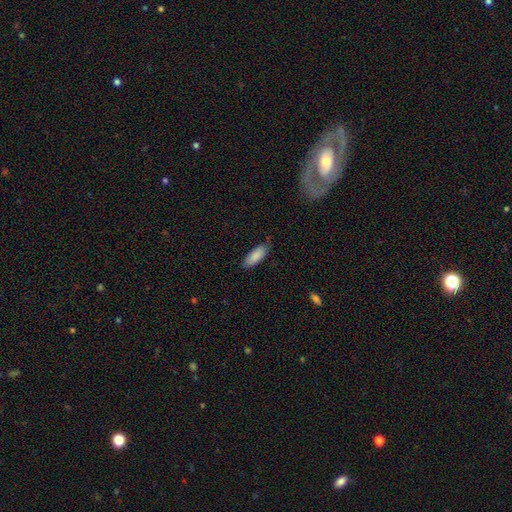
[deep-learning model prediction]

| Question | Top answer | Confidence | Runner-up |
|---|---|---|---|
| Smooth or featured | smooth | 88% | featured or disk (6%) |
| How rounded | in between | 73% | cigar-shaped (26%) |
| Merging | none | 75% | minor disturbance (20%) |